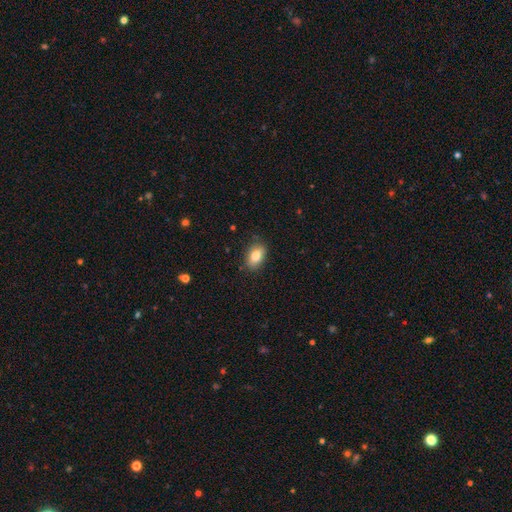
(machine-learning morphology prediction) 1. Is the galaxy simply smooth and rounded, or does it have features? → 84% smooth, 8% featured or disk, 8% star or artifact.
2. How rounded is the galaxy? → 90% in between, 8% round, 2% cigar-shaped.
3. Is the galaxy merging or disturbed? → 82% none, 14% minor disturbance, 3% major disturbance, 1% merger.